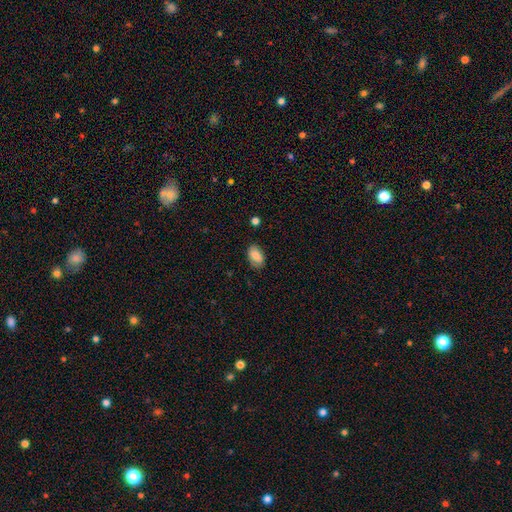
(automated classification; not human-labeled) A smooth galaxy with no disk features (80%) that is in between round and cigar-shaped (90%).

Vote fractions:
- Smooth or featured? smooth: 80% / featured or disk: 12% / star or artifact: 8%
- How rounded? in between: 90% / round: 8% / cigar-shaped: 2%
- Merging? none: 79% / minor disturbance: 16% / major disturbance: 3% / merger: 1%